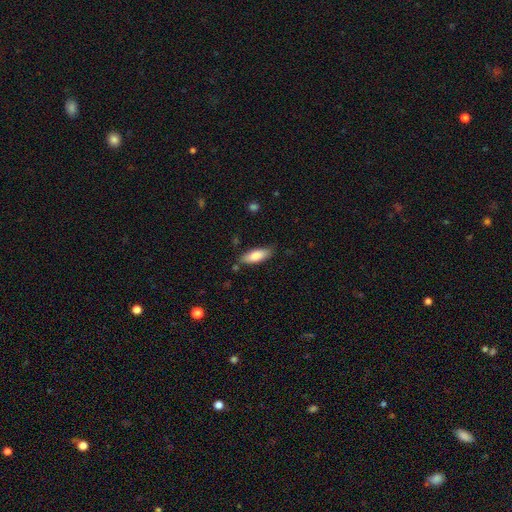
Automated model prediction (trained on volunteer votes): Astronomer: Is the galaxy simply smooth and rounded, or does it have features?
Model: smooth — 80%.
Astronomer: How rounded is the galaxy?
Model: in between — 69%.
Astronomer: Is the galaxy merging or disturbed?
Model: none — 79%.